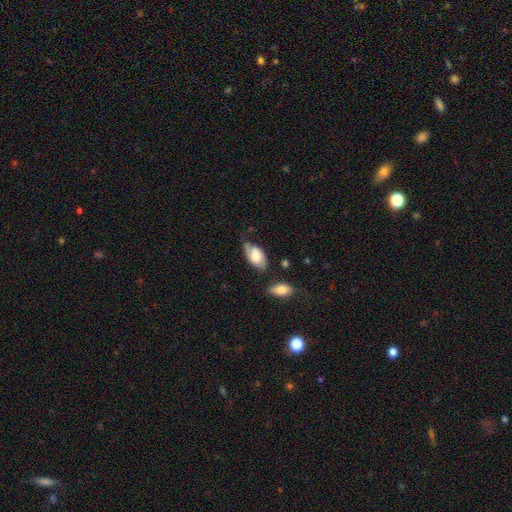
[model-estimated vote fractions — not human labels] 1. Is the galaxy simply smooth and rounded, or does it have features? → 58% smooth, 35% featured or disk, 7% star or artifact.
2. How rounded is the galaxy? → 93% in between, 4% round, 3% cigar-shaped.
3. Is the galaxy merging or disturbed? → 51% none, 32% minor disturbance, 10% major disturbance, 7% merger.